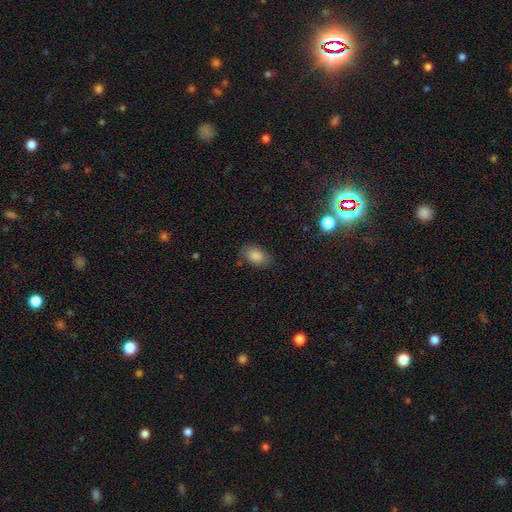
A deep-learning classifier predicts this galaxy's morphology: This is clearly a smooth galaxy (85%). How rounded: clearly in between (88%). Merging: likely none (77%).